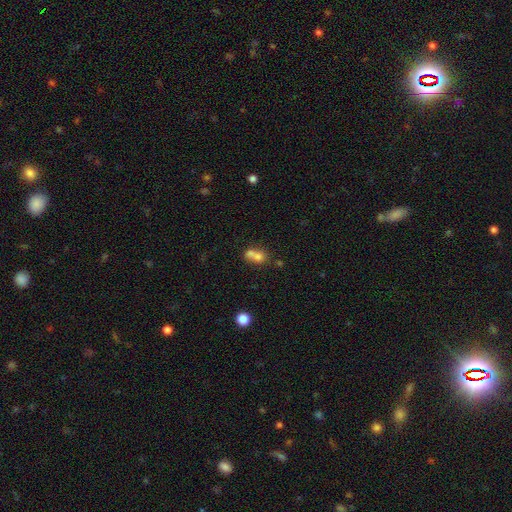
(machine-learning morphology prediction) Smooth or featured? smooth (69%)
How rounded? round (56%)
Merging? merger (64%)